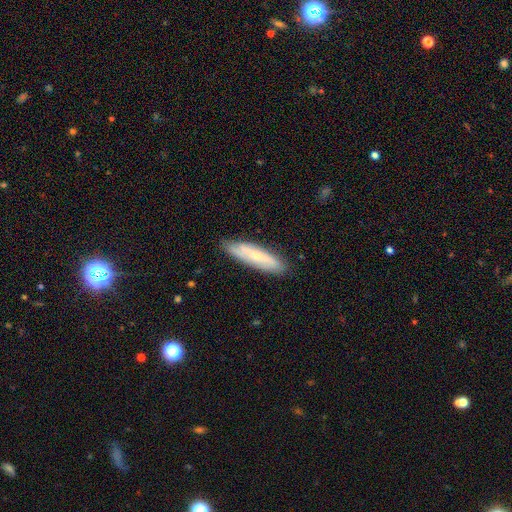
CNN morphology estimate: The model was most divided on "smooth or featured": smooth: 51%, featured or disk: 43%, star or artifact: 6%. More confident: merging — none (83%); how rounded — cigar-shaped (72%).